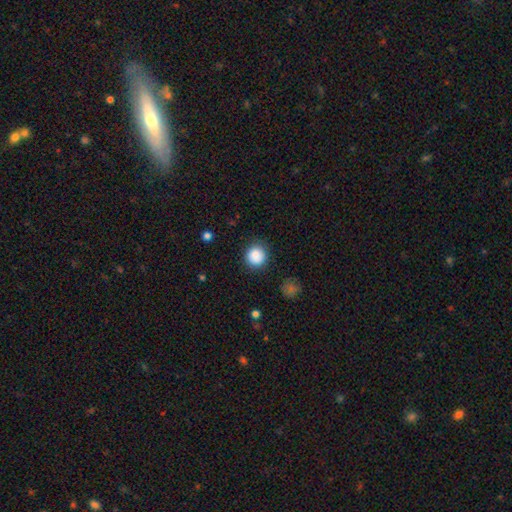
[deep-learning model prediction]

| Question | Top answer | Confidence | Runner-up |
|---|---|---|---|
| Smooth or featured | smooth | 85% | star or artifact (9%) |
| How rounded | round | 92% | in between (7%) |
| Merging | none | 85% | minor disturbance (11%) |